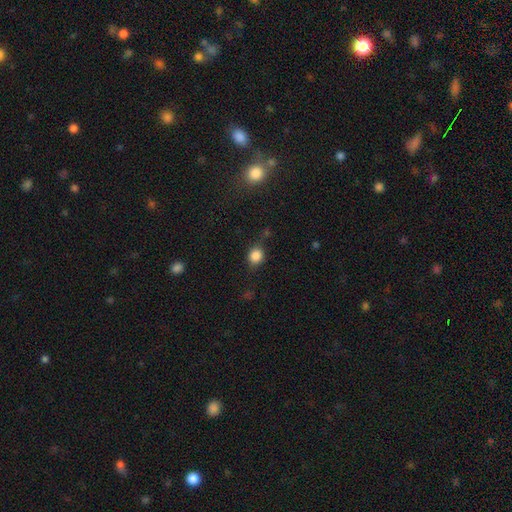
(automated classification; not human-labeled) Smooth or featured: smooth — 83% (star or artifact — 11%)
How rounded: round — 72% (in between — 27%)
Merging: none — 70% (minor disturbance — 20%)